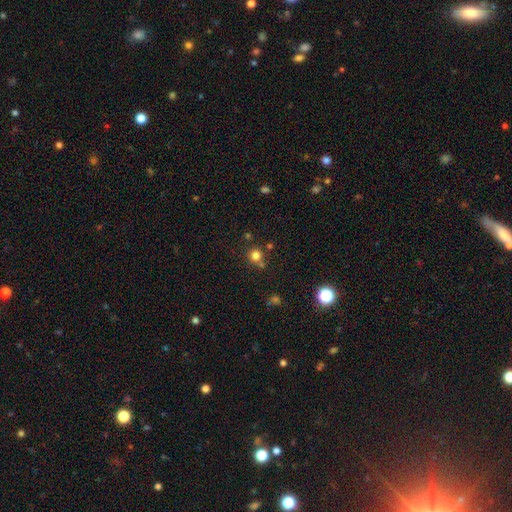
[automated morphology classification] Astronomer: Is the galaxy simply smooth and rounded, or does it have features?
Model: smooth — 78%.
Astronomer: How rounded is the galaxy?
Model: round — 92%.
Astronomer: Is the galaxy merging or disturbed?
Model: none — 68%.